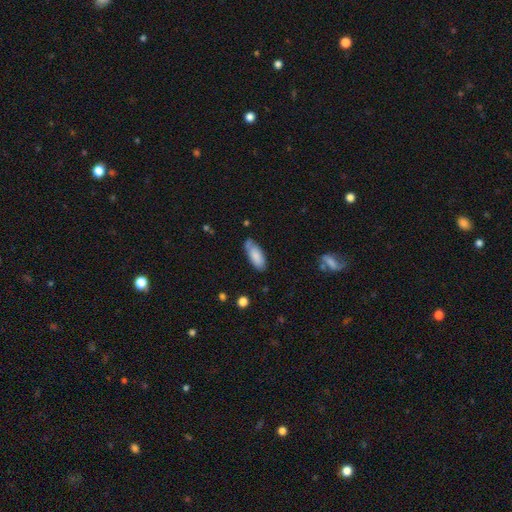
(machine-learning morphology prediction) smooth_or_featured: smooth (p=0.81) [alt: featured or disk p=0.13]
how_rounded: in between (p=0.78) [alt: cigar-shaped p=0.20]
merging: none (p=0.65) [alt: minor disturbance p=0.25]